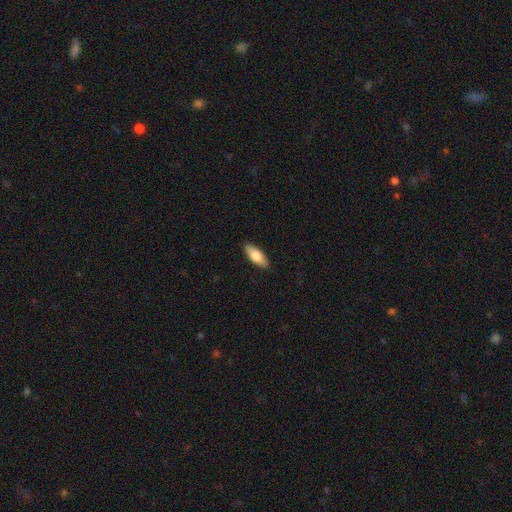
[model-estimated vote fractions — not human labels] A smooth galaxy with no disk features (78%) that is in between round and cigar-shaped (75%).

Vote fractions:
- Smooth or featured? smooth: 78% / featured or disk: 16% / star or artifact: 5%
- How rounded? in between: 75% / cigar-shaped: 23% / round: 2%
- Merging? none: 89% / minor disturbance: 8% / major disturbance: 2% / merger: 1%